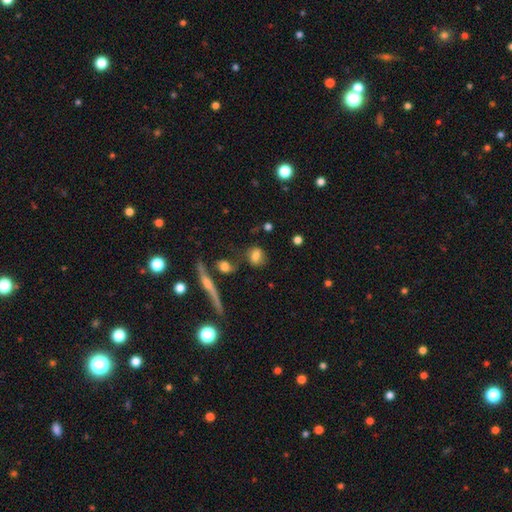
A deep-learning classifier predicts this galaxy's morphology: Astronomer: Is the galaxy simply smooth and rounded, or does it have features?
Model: smooth — 74%.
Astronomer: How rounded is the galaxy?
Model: in between — 52% (runner-up: round, 43%).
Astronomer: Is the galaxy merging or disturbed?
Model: none — 64%.